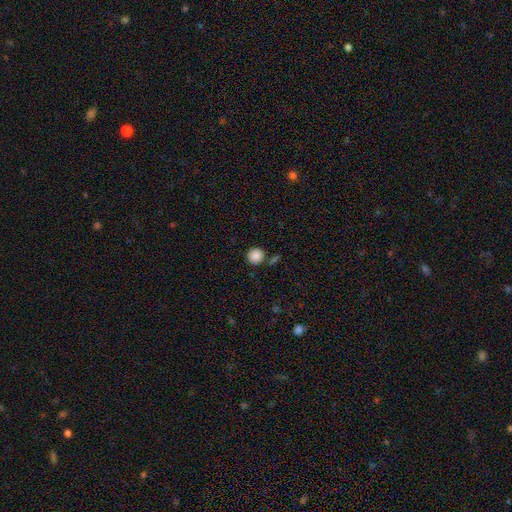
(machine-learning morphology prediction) The model was most divided on "merging": none: 81%, minor disturbance: 8%, merger: 7%, major disturbance: 3%. More confident: how rounded — round (92%); smooth or featured — smooth (88%).